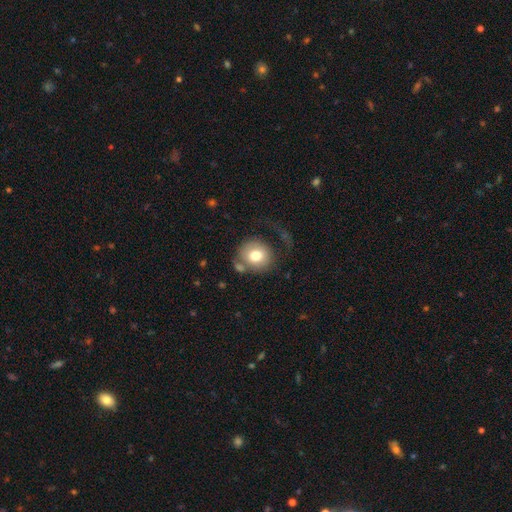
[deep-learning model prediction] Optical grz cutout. It shows a smooth galaxy with no disk features (74%) that is round (86%). Merging: none (49%).